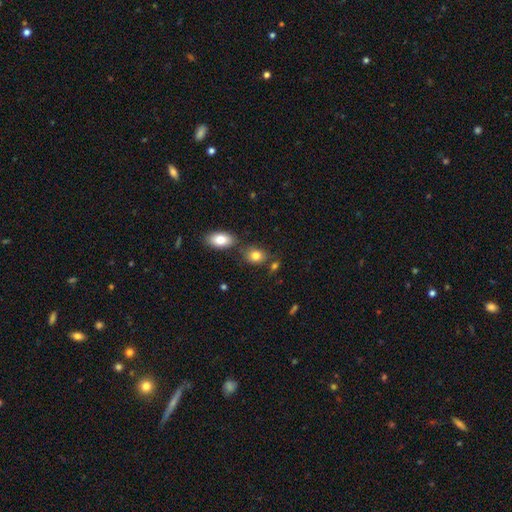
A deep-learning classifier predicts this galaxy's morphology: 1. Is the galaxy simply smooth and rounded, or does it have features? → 81% smooth, 9% featured or disk, 9% star or artifact.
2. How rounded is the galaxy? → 66% in between, 32% round, 2% cigar-shaped.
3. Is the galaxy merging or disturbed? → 68% none, 14% merger, 14% minor disturbance, 4% major disturbance.